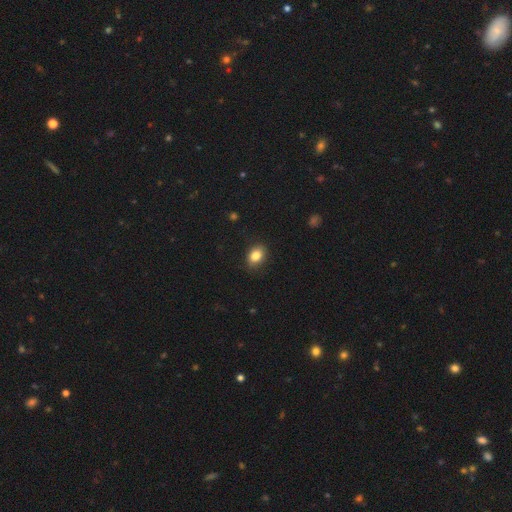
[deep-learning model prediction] Smooth or featured? smooth (85%)
How rounded? in between (74%)
Merging? none (86%)